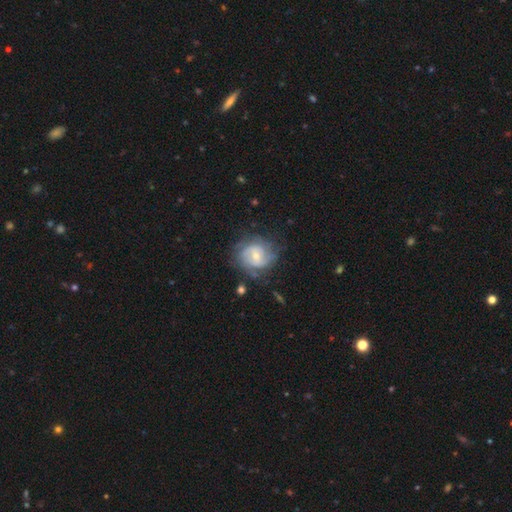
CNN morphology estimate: A featured or disk galaxy (68%) with no bar (49%), tight (50%) spiral arms (84%) and a small central bulge (50%). Merging: none (64%).